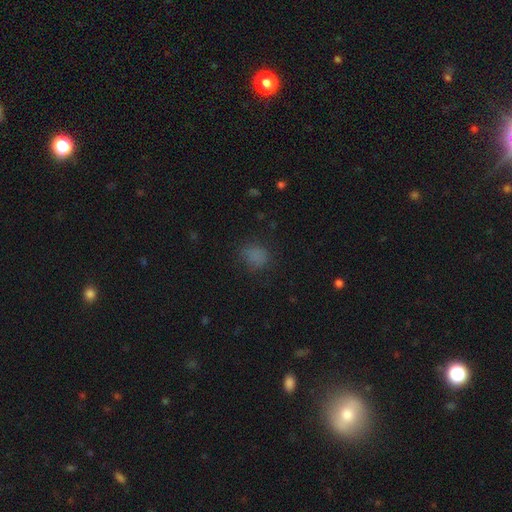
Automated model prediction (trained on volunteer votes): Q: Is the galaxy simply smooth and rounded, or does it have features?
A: smooth — 77%.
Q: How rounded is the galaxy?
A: round — 64%.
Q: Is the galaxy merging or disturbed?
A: none — 75%.